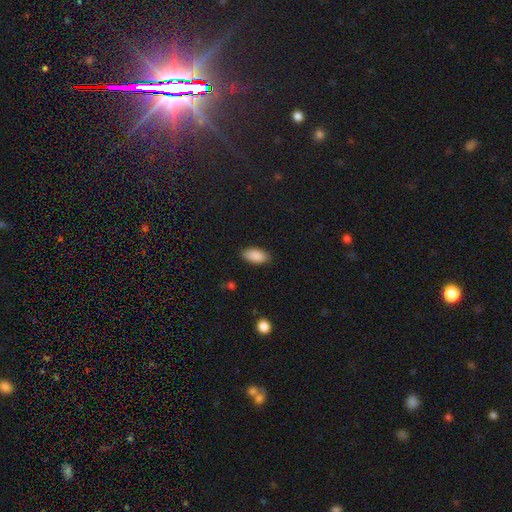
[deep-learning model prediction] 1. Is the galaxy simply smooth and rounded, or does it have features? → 89% smooth, 7% star or artifact, 4% featured or disk.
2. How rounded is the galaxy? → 93% in between, 4% cigar-shaped, 3% round.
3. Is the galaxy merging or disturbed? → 87% none, 10% minor disturbance, 2% major disturbance, 1% merger.